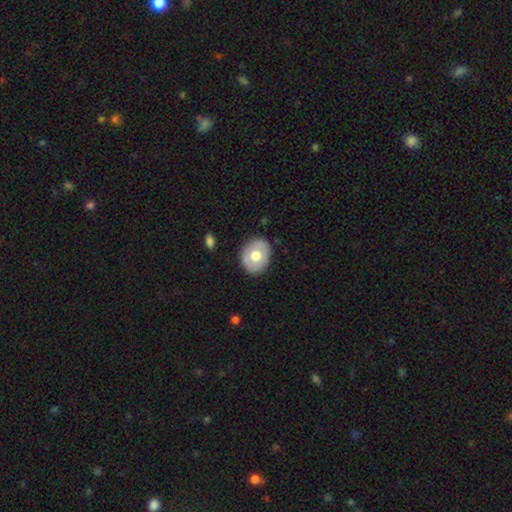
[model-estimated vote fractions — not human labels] Morphology: type=smooth (58%); roundness=round (56%); merging=none (85%).